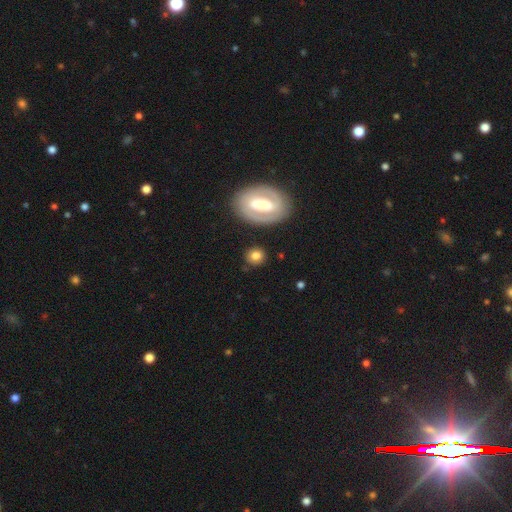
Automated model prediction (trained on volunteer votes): smooth 73%, featured or disk 19%, star or artifact 8%. Down the decision tree: how rounded — round (78%); merging — none (83%).